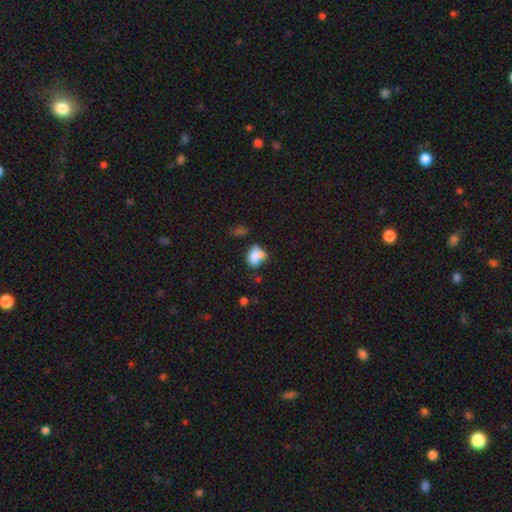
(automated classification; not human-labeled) A smooth galaxy with no disk features (69%) that is in between round and cigar-shaped (74%).

Vote fractions:
- Smooth or featured? smooth: 69% / featured or disk: 21% / star or artifact: 11%
- How rounded? in between: 74% / round: 23% / cigar-shaped: 3%
- Merging? merger: 41% / none: 29% / minor disturbance: 18% / major disturbance: 12%